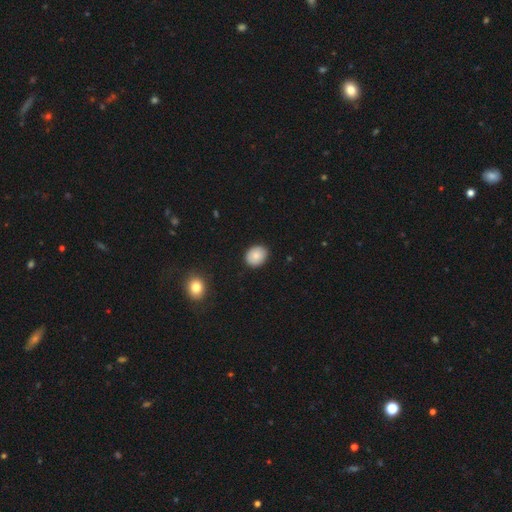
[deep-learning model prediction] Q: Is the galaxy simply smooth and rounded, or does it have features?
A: smooth — 85%.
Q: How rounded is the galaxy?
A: round — 51%.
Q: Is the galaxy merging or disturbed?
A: none — 87%.